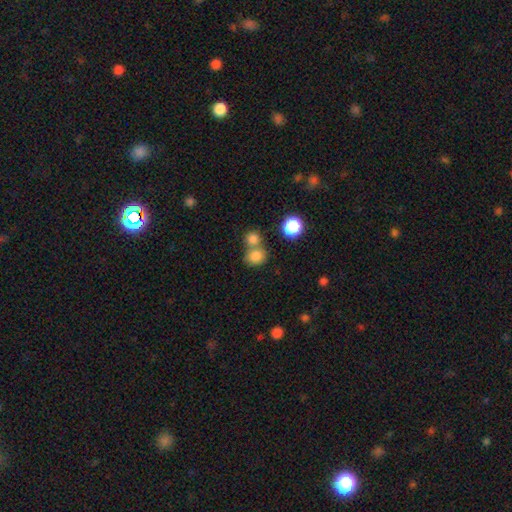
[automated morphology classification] A smooth galaxy with no disk features (81%) that is round (72%).

Vote fractions:
- Smooth or featured? smooth: 81% / star or artifact: 12% / featured or disk: 7%
- How rounded? round: 72% / in between: 27% / cigar-shaped: 1%
- Merging? none: 46% / merger: 43% / minor disturbance: 8% / major disturbance: 3%